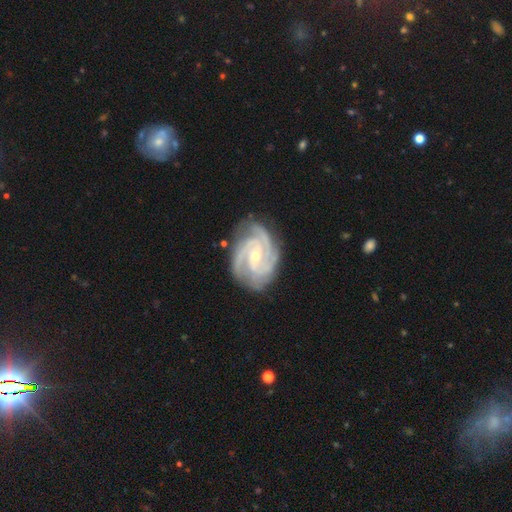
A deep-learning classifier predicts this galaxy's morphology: Smooth or featured: featured or disk — 93% (star or artifact — 4%)
Edge-on disk: no — 98% (yes — 2%)
Bar: no — 50% (weak — 37%)
Spiral arms: yes — 99% (no — 1%)
Spiral winding: tight — 63% (medium — 33%)
Spiral arm count: 3 — 53% (4 — 17%)
Bulge size: small — 61% (moderate — 37%)
Merging: none — 77% (minor disturbance — 18%)